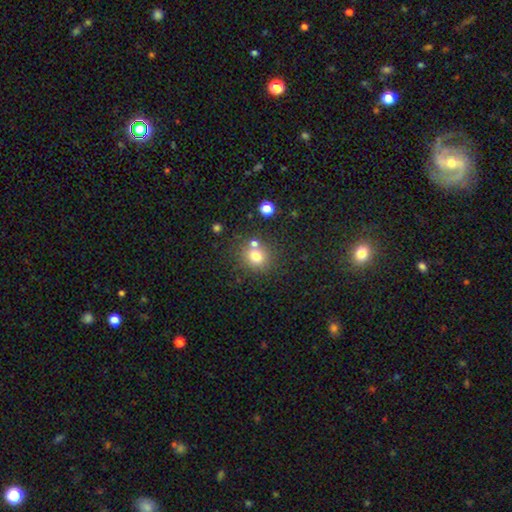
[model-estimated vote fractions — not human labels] Smooth or featured?
  - smooth: 75% *
  - star or artifact: 15%
  - featured or disk: 10%
How rounded?
  - round: 83% *
  - in between: 16%
  - cigar-shaped: 1%
Merging?
  - none: 69% *
  - merger: 18%
  - minor disturbance: 10%
  - major disturbance: 3%